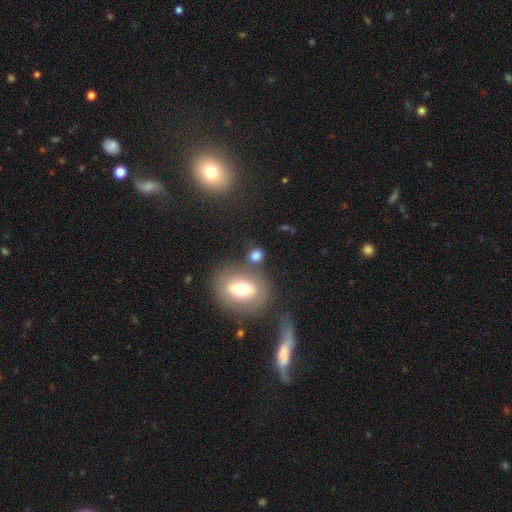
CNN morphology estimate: The model was most divided on "how rounded": round: 67%, in between: 30%, cigar-shaped: 2%. More confident: smooth or featured — smooth (73%); merging — none (63%).